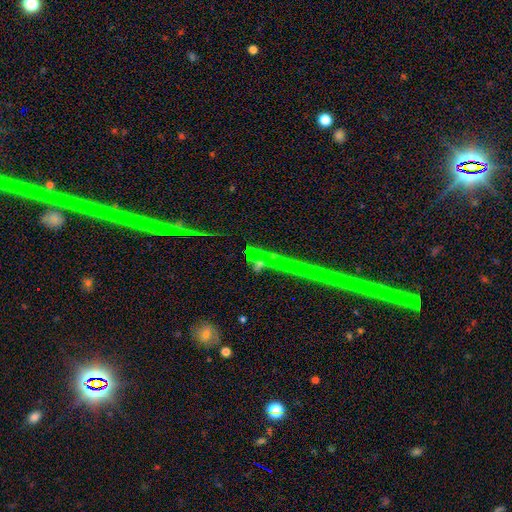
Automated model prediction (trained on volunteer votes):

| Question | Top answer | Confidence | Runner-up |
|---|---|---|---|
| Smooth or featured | star or artifact | 51% | featured or disk (29%) |